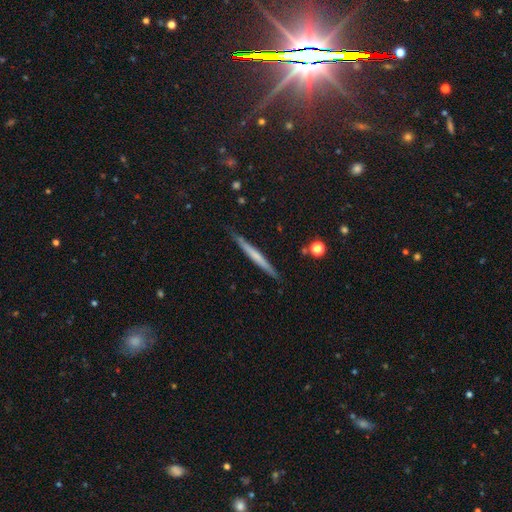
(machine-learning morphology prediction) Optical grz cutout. It shows a featured or disk galaxy (47%, tied with smooth). Merging: none (87%).